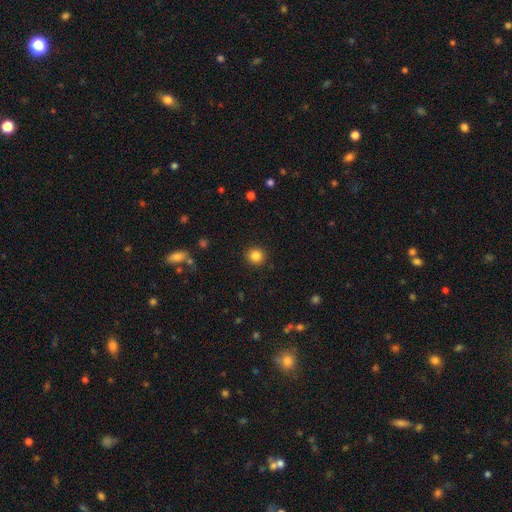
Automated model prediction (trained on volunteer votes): Q: Smooth or featured?
A: smooth (85%); runner-up: star or artifact (11%)
Q: How rounded?
A: round (91%); runner-up: in between (8%)
Q: Merging?
A: none (91%); runner-up: minor disturbance (5%)